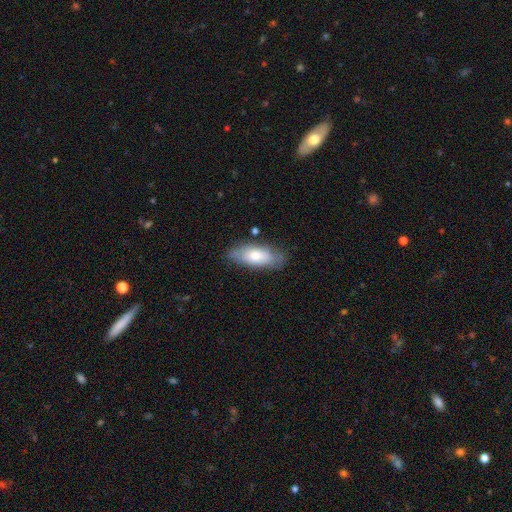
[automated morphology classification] This is likely a smooth galaxy (66%). How rounded: clearly in between (81%). Merging: likely none (73%).